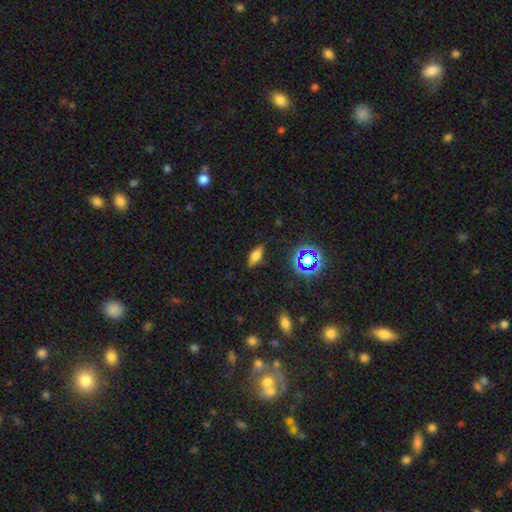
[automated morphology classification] type=smooth (67%); roundness=in between (72%); merging=none (85%).